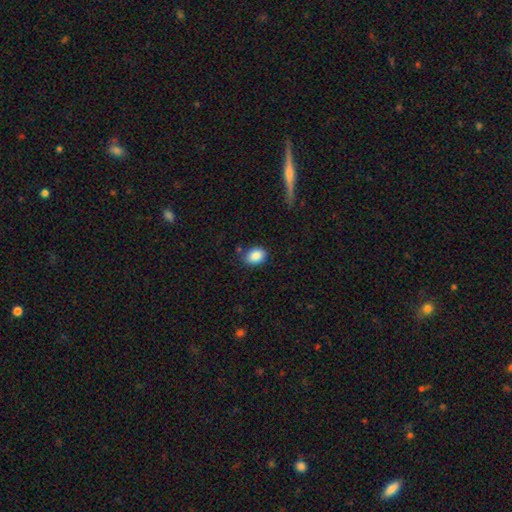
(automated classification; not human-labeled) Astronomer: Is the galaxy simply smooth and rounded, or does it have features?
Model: smooth — 88%.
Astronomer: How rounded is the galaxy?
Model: in between — 67%.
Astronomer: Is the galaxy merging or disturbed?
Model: none — 81%.